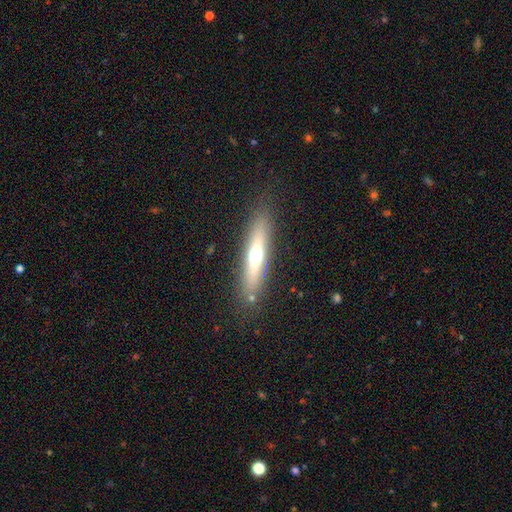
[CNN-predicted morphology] smooth_or_featured: smooth (p=0.47) [alt: featured or disk p=0.45]
merging: none (p=0.85) [alt: minor disturbance p=0.10]